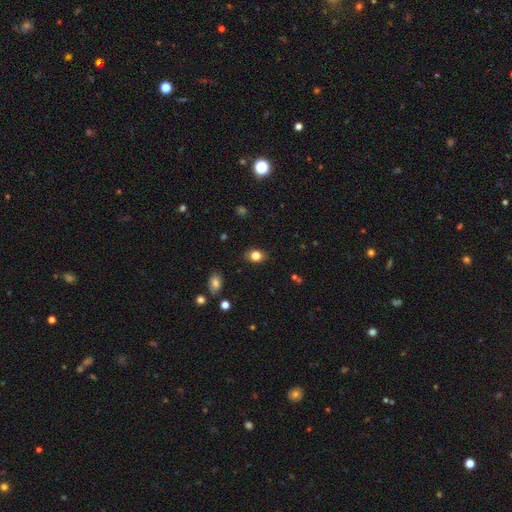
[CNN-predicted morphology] Smooth or featured: smooth — 82% (star or artifact — 10%)
How rounded: in between — 59% (round — 40%)
Merging: none — 84% (minor disturbance — 12%)